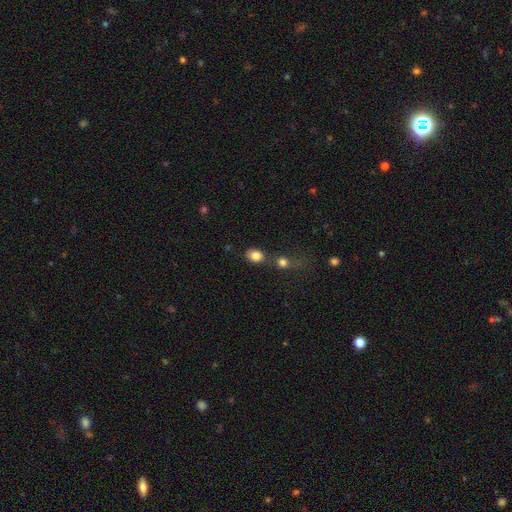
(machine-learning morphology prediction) This appears to be a smooth galaxy with no disk features (83%) that is round (51%). Merging: none (59%).